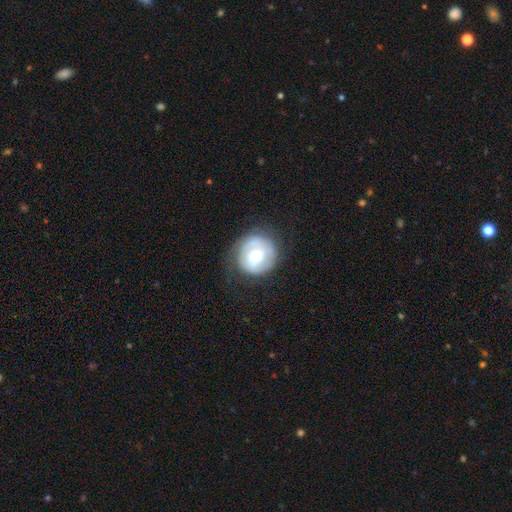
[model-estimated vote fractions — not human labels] featured or disk 49%, smooth 45%, star or artifact 7%. Down the decision tree: merging — none (69%).